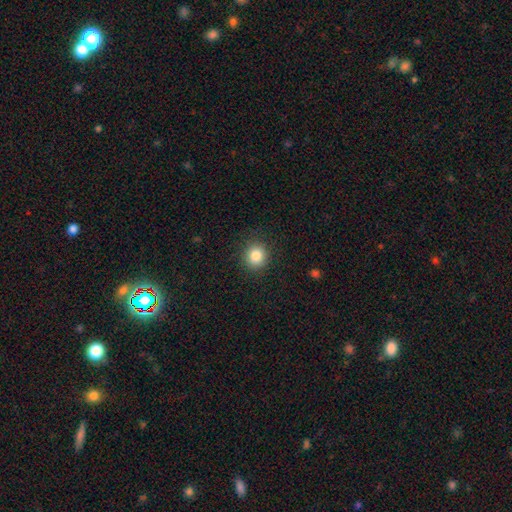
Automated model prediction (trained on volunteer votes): The model was most divided on "how rounded": round: 87%, in between: 13%, cigar-shaped: 1%. More confident: merging — none (89%); smooth or featured — smooth (85%).